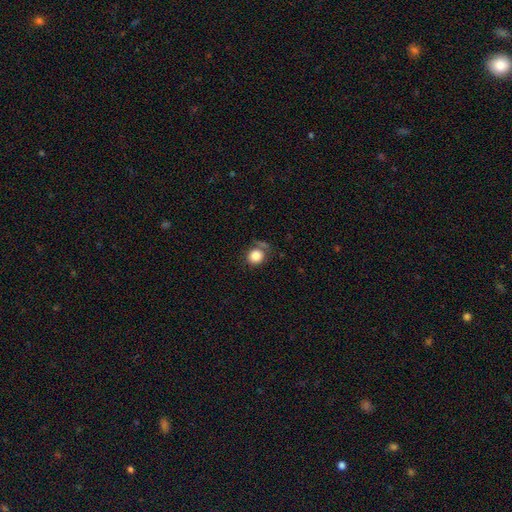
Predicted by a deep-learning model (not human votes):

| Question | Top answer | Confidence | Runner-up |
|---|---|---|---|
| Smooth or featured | smooth | 84% | star or artifact (10%) |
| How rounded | round | 81% | in between (18%) |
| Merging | none | 66% | minor disturbance (17%) |